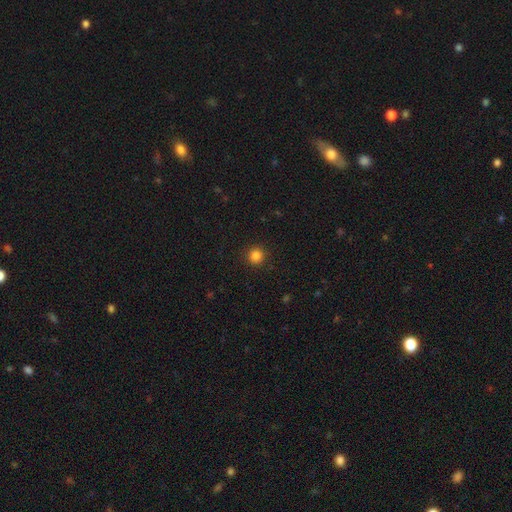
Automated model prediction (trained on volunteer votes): Smooth or featured? smooth (84%)
How rounded? round (95%)
Merging? none (92%)